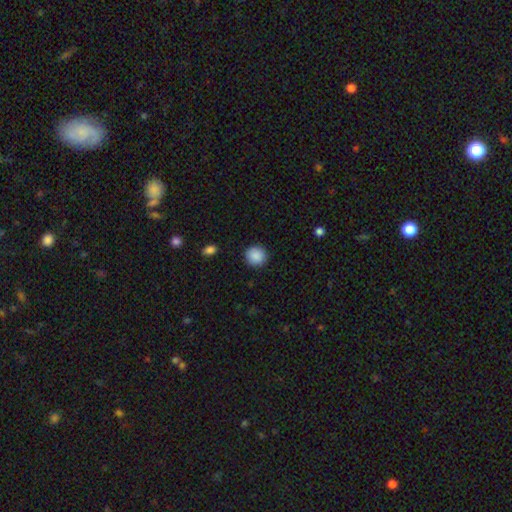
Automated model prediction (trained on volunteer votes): Smooth or featured?
  - smooth: 89% *
  - star or artifact: 8%
  - featured or disk: 3%
How rounded?
  - round: 93% *
  - in between: 6%
  - cigar-shaped: 1%
Merging?
  - none: 92% *
  - minor disturbance: 5%
  - major disturbance: 2%
  - merger: 1%